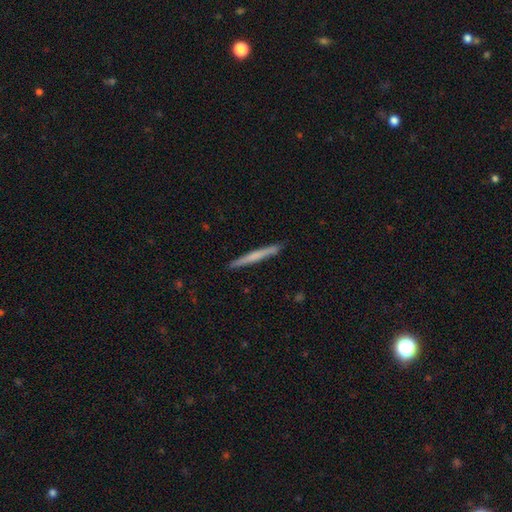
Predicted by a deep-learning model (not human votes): Smooth or featured?
  - smooth: 54% *
  - featured or disk: 41%
  - star or artifact: 5%
How rounded?
  - cigar-shaped: 97% *
  - in between: 2%
  - round: 1%
Merging?
  - none: 91% *
  - minor disturbance: 6%
  - major disturbance: 1%
  - merger: 1%